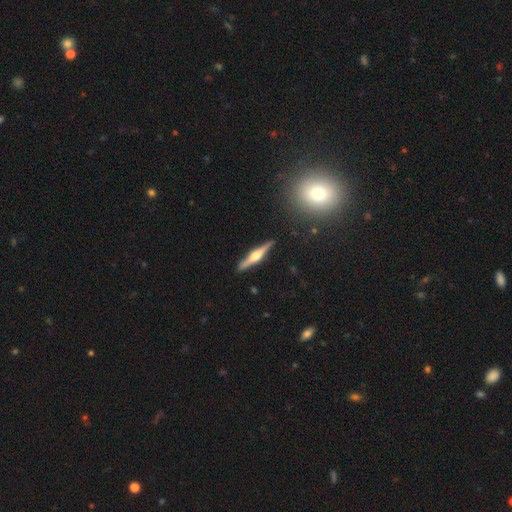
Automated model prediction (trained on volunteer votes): Q: Smooth or featured?
A: featured or disk (73%); runner-up: smooth (21%)
Q: Edge-on disk?
A: yes (98%); runner-up: no (2%)
Q: Edge-on bulge?
A: rounded (90%); runner-up: boxy (7%)
Q: Merging?
A: none (90%); runner-up: minor disturbance (7%)